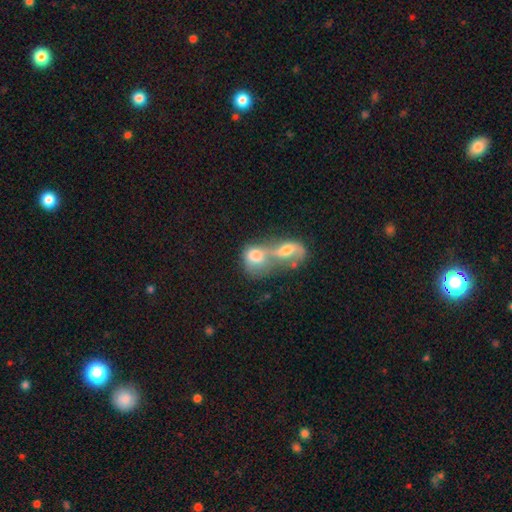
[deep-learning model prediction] Smooth or featured? smooth (62%)
How rounded? in between (51%)
Merging? merger (78%)